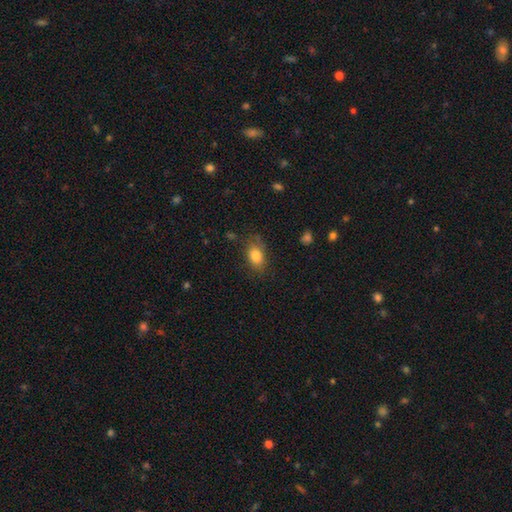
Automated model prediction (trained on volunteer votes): Smooth or featured? smooth (81%)
How rounded? in between (81%)
Merging? none (75%)